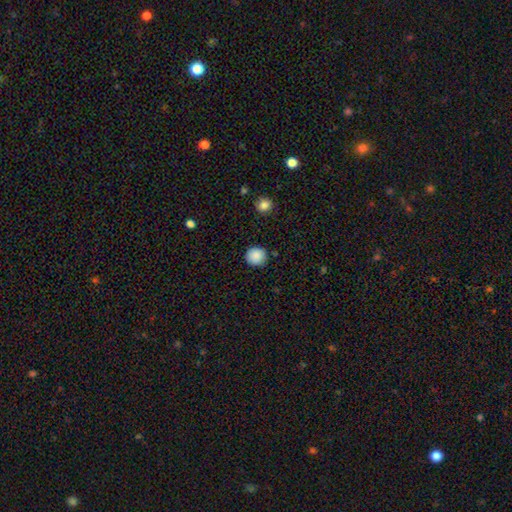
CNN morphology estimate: Smooth or featured?
  - smooth: 88% *
  - star or artifact: 8%
  - featured or disk: 3%
How rounded?
  - round: 91% *
  - in between: 8%
  - cigar-shaped: 1%
Merging?
  - none: 88% *
  - minor disturbance: 8%
  - major disturbance: 2%
  - merger: 2%